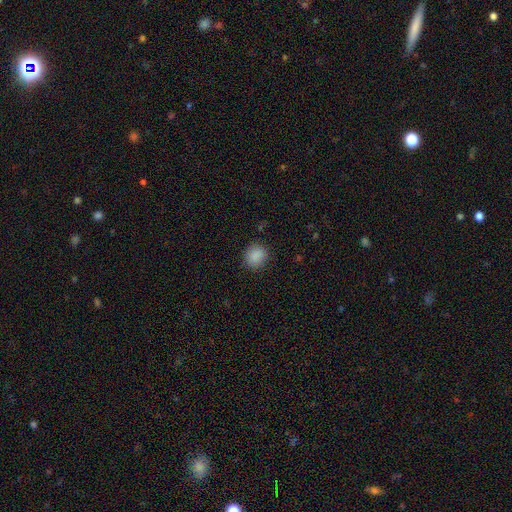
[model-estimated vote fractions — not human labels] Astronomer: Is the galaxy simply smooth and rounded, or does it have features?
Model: smooth — 87%.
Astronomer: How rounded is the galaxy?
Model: round — 78%.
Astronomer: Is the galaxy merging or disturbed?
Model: none — 87%.